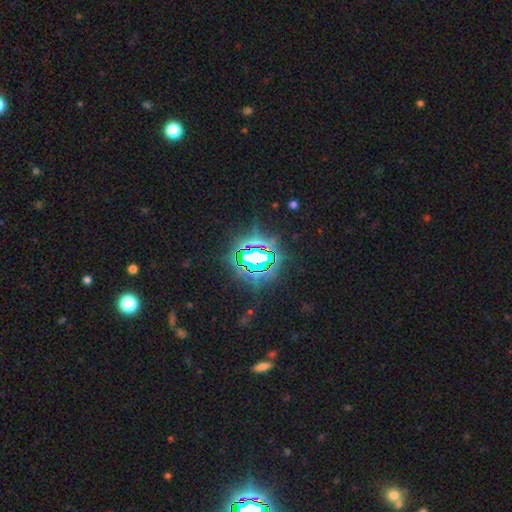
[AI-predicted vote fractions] Smooth or featured: star or artifact — 80% (smooth — 11%)